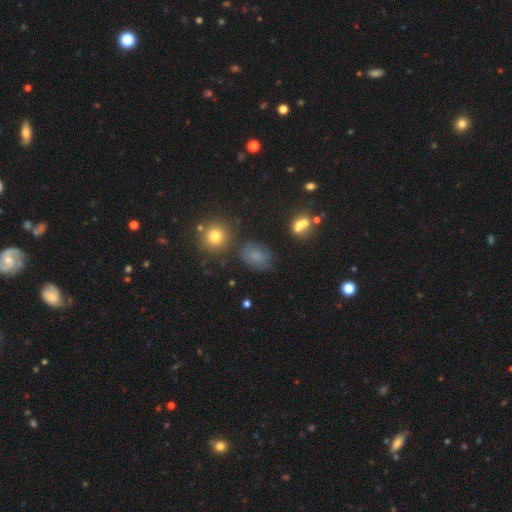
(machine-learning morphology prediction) Smooth or featured? Predicted: smooth (p=0.62). How rounded? Predicted: in between (p=0.69). Merging? Predicted: none (p=0.64).